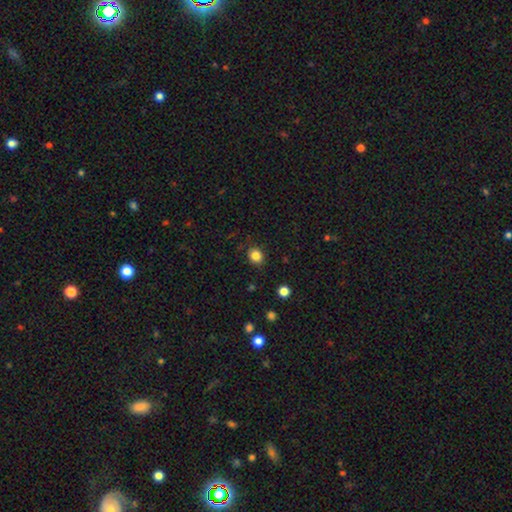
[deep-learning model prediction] A smooth galaxy with no disk features (84%) that is round (75%).

Vote fractions:
- Smooth or featured? smooth: 84% / star or artifact: 12% / featured or disk: 4%
- How rounded? round: 75% / in between: 24% / cigar-shaped: 1%
- Merging? none: 87% / minor disturbance: 9% / major disturbance: 3% / merger: 1%